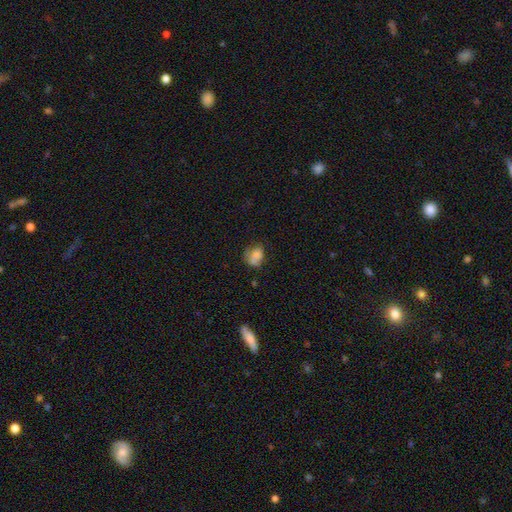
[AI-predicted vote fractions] smooth_or_featured: smooth (p=0.72) [alt: featured or disk p=0.16]
how_rounded: in between (p=0.60) [alt: round p=0.39]
merging: none (p=0.41) [alt: minor disturbance p=0.29]